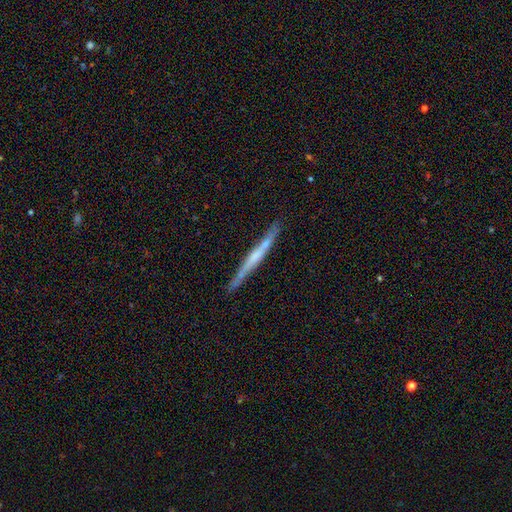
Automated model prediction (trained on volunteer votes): This is likely a featured or disk galaxy (62%). It is clearly viewed edge-on (96%). Edge-on bulge: possibly none (56%). Merging: clearly none (83%).